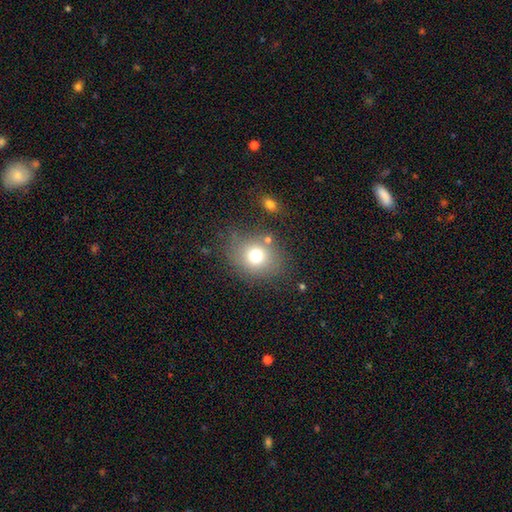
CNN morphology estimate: A smooth galaxy with no disk features (72%) that is round (61%).

Vote fractions:
- Smooth or featured? smooth: 72% / featured or disk: 14% / star or artifact: 13%
- How rounded? round: 61% / in between: 38% / cigar-shaped: 1%
- Merging? none: 71% / minor disturbance: 15% / major disturbance: 7% / merger: 7%